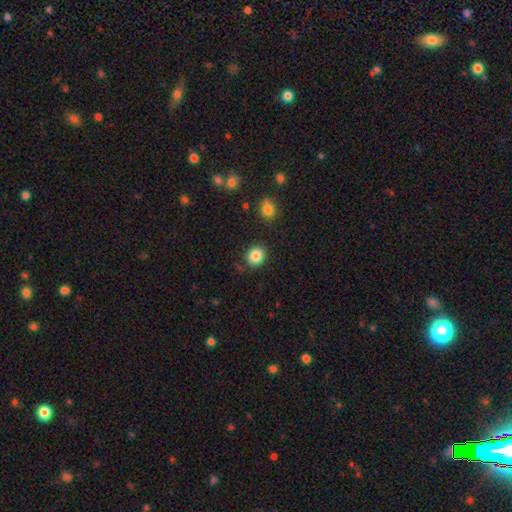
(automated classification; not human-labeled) Q: Smooth or featured?
A: smooth (85%); runner-up: star or artifact (10%)
Q: How rounded?
A: round (79%); runner-up: in between (20%)
Q: Merging?
A: none (84%); runner-up: minor disturbance (10%)